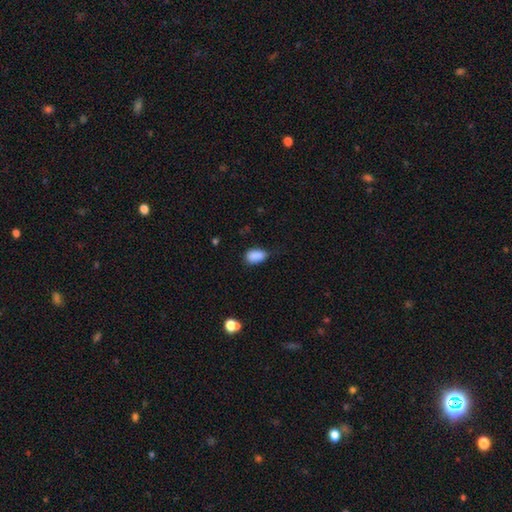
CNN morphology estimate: Smooth or featured: smooth — 88% (star or artifact — 8%)
How rounded: in between — 89% (round — 9%)
Merging: none — 64% (minor disturbance — 29%)